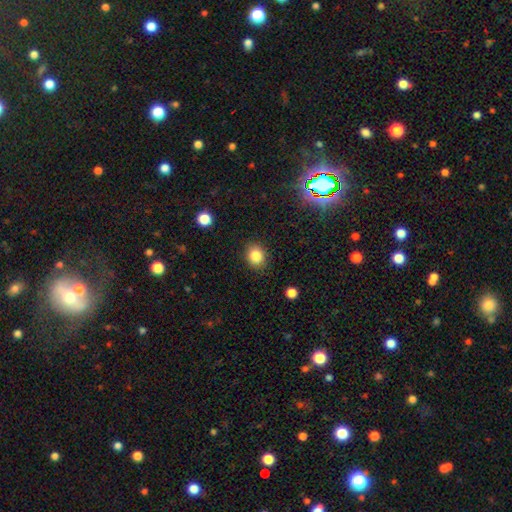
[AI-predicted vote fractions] A smooth galaxy with no disk features (85%) that is round (65%). Merging: none (87%).